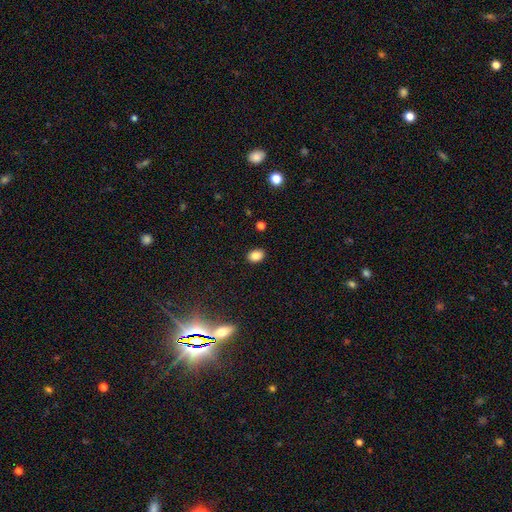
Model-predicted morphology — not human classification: smooth 85%, star or artifact 10%, featured or disk 5%. Down the decision tree: how rounded — in between (73%); merging — none (89%).